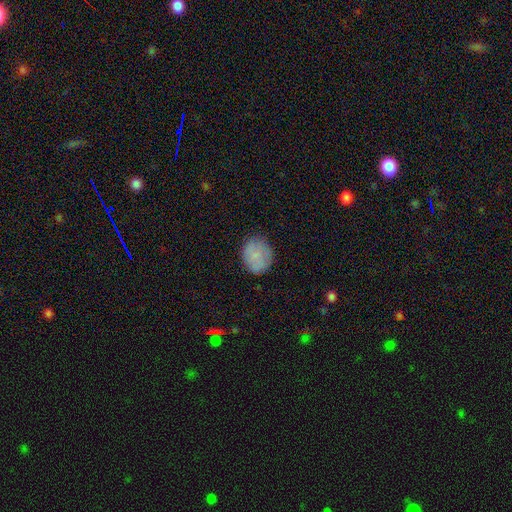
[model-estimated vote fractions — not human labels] Smooth or featured? smooth (80%)
How rounded? round (57%)
Merging? none (77%)